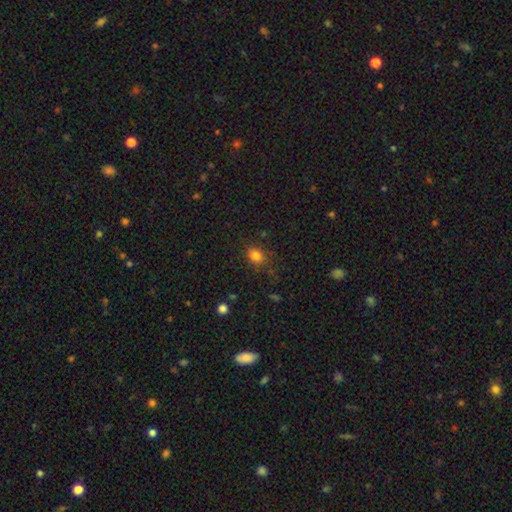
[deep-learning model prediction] This is clearly a smooth galaxy (81%). How rounded: possibly round (53%). Merging: clearly none (81%).